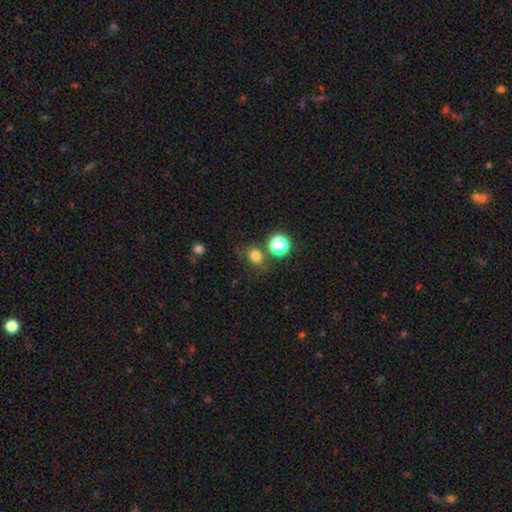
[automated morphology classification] This appears to be a smooth galaxy with no disk features (75%) that is round (71%). Merging: none (69%).